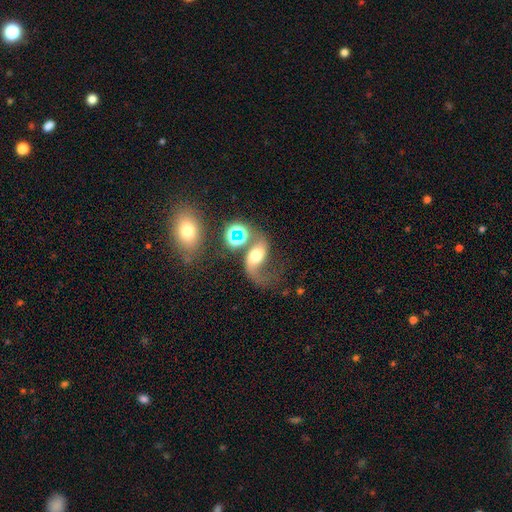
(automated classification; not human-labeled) This is likely a featured or disk galaxy (62%). It is clearly not viewed edge-on (96%). Bar: possibly no (57%). Spiral arm pattern: clearly yes (85%). Spiral arm count: likely 2 (62%). Spiral winding: clearly loose (80%). Central bulge: possibly moderate (54%). Merging: marginally major disturbance (31%).